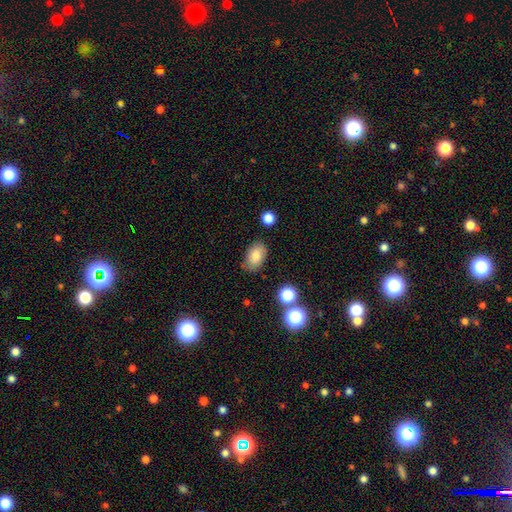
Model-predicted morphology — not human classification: The model was most divided on "merging": none: 80%, minor disturbance: 14%, major disturbance: 3%, merger: 3%. More confident: how rounded — in between (89%); smooth or featured — smooth (80%).